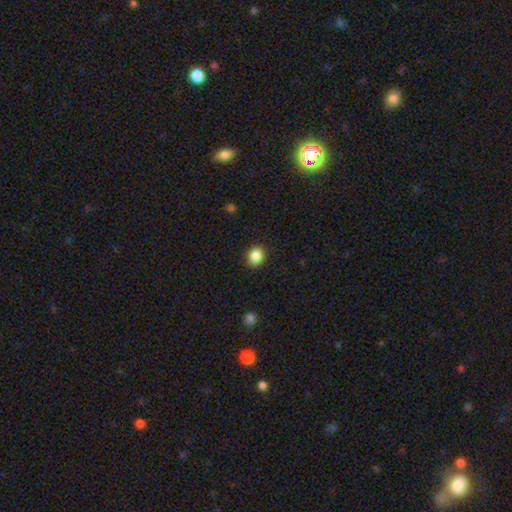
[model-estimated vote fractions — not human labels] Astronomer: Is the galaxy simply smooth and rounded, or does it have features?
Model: smooth — 87%.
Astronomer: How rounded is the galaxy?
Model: round — 59% (runner-up: in between, 40%).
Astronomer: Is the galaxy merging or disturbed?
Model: none — 88%.